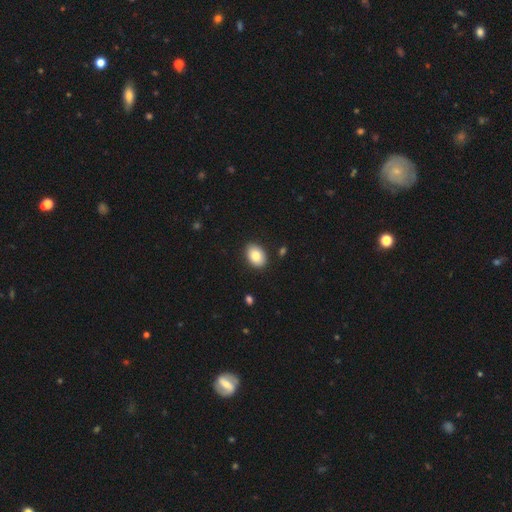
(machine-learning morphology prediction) smooth_or_featured: smooth (p=0.86) [alt: featured or disk p=0.07]
how_rounded: in between (p=0.82) [alt: round p=0.17]
merging: none (p=0.89) [alt: minor disturbance p=0.08]